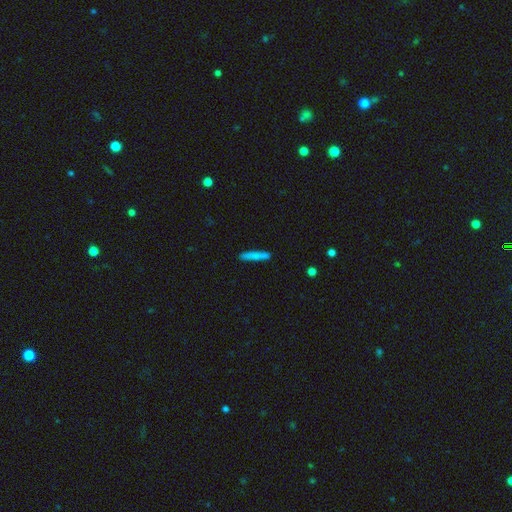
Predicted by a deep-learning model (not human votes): This is likely a smooth galaxy (79%). How rounded: clearly cigar-shaped (93%). Merging: clearly none (84%).